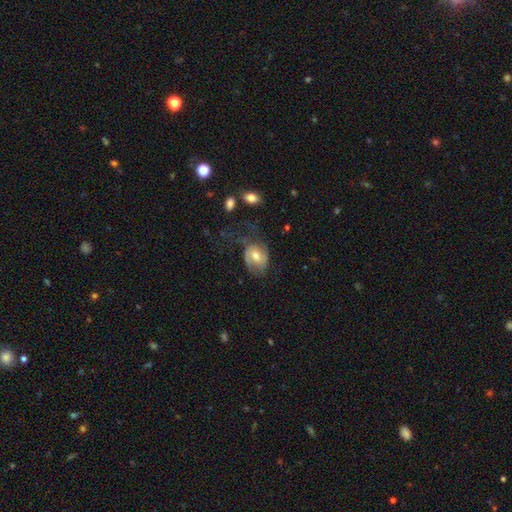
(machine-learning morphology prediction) A featured or disk galaxy (62%) with no bar (44%), spiral arms (80%) and a moderate central bulge (69%).

Vote fractions:
- Smooth or featured? featured or disk: 62% / smooth: 31% / star or artifact: 7%
- Edge-on disk? no: 96% / yes: 4%
- Bar? no: 44% / weak: 42% / strong: 13%
- Spiral arms? yes: 80% / no: 20%
- Bulge size? moderate: 69% / small: 23% / large: 6% / none: 1% / dominant: 1%
- Merging? none: 41% / major disturbance: 31% / minor disturbance: 25% / merger: 3%